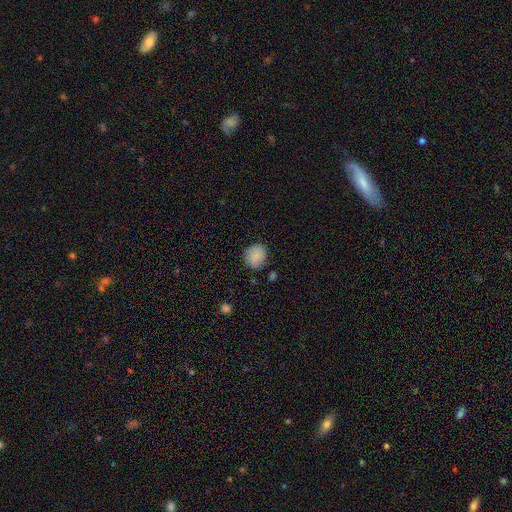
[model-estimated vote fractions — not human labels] smooth-or-featured: smooth: 87% | star or artifact: 8% | featured or disk: 5%
  how-rounded: round: 83% | in between: 16% | cigar-shaped: 1%
  merging: none: 82% | minor disturbance: 12% | major disturbance: 3% | merger: 2%